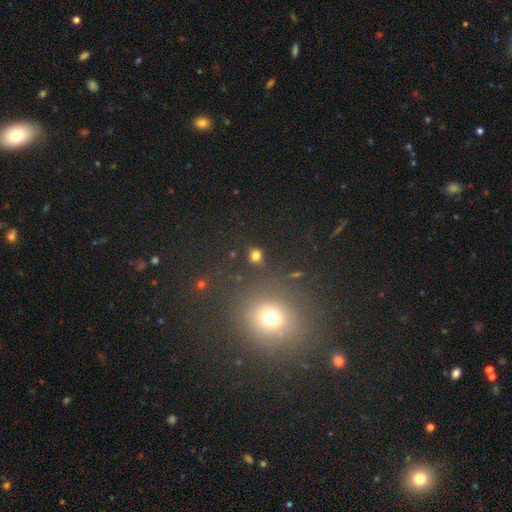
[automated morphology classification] Smooth or featured?
  - smooth: 76% *
  - star or artifact: 19%
  - featured or disk: 5%
How rounded?
  - round: 79% *
  - in between: 19%
  - cigar-shaped: 1%
Merging?
  - none: 82% *
  - minor disturbance: 9%
  - merger: 6%
  - major disturbance: 4%